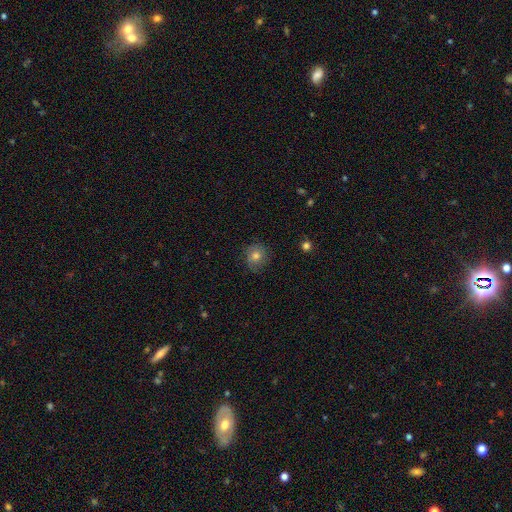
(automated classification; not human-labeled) Smooth or featured? smooth (61%)
How rounded? round (85%)
Merging? none (81%)